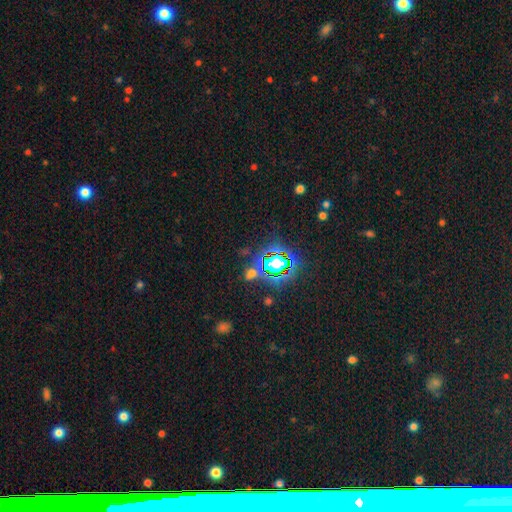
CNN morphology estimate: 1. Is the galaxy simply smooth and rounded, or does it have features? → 75% star or artifact, 15% smooth, 10% featured or disk.